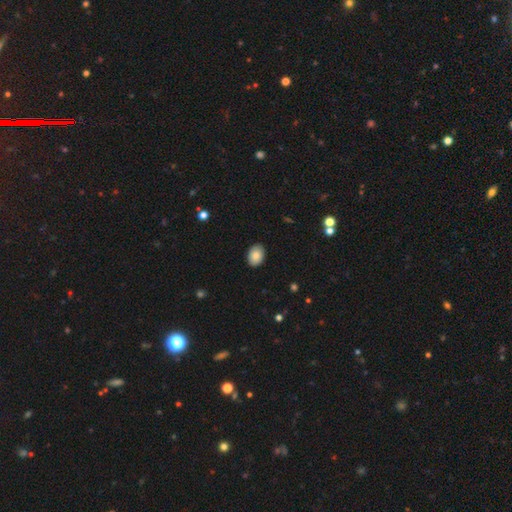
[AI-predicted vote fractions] smooth_or_featured: smooth (p=0.84) [alt: featured or disk p=0.09]
how_rounded: in between (p=0.80) [alt: round p=0.19]
merging: none (p=0.89) [alt: minor disturbance p=0.08]